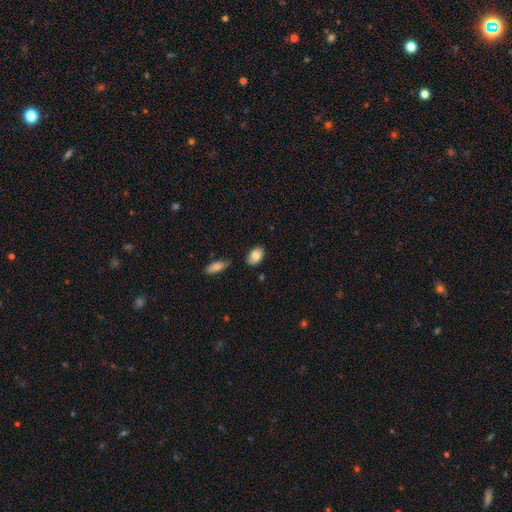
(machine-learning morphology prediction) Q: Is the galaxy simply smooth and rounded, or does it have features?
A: smooth — 82%.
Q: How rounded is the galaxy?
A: in between — 88%.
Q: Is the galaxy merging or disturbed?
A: none — 74%.